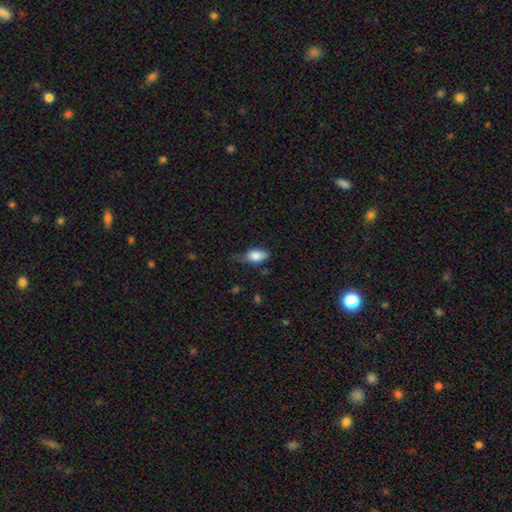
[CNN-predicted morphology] Smooth or featured: smooth — 82% (featured or disk — 11%)
How rounded: in between — 89% (round — 6%)
Merging: none — 46% (minor disturbance — 40%)